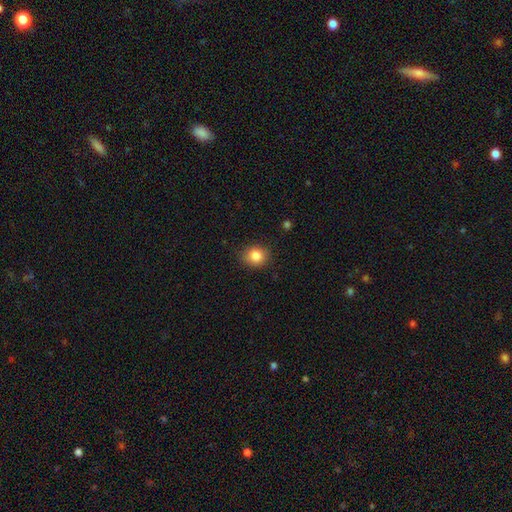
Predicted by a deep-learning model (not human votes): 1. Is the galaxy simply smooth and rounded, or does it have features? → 84% smooth, 10% star or artifact, 6% featured or disk.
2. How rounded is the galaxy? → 73% round, 26% in between, 1% cigar-shaped.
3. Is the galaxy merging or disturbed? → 84% none, 12% minor disturbance, 3% major disturbance, 1% merger.